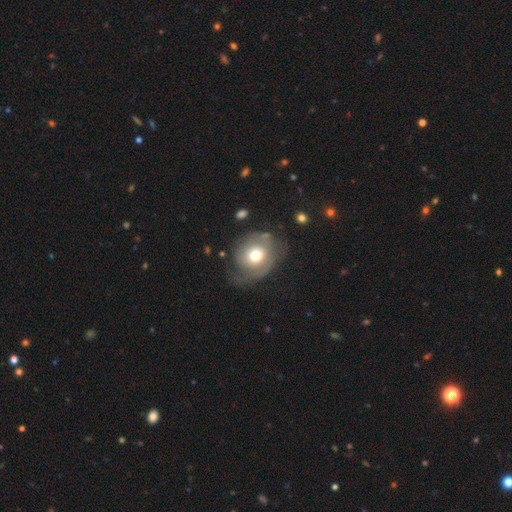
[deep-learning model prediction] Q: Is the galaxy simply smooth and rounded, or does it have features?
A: featured or disk — 50%.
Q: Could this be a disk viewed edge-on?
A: no — 96%.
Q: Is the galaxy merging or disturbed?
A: none — 51%.